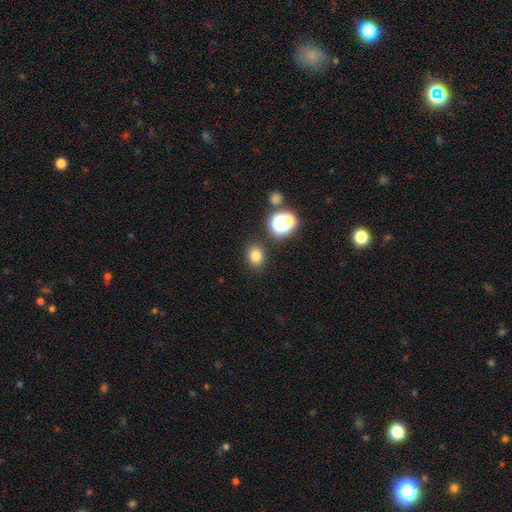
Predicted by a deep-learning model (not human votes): This appears to be a smooth galaxy with no disk features (77%) that is round (51%). Merging: none (84%).